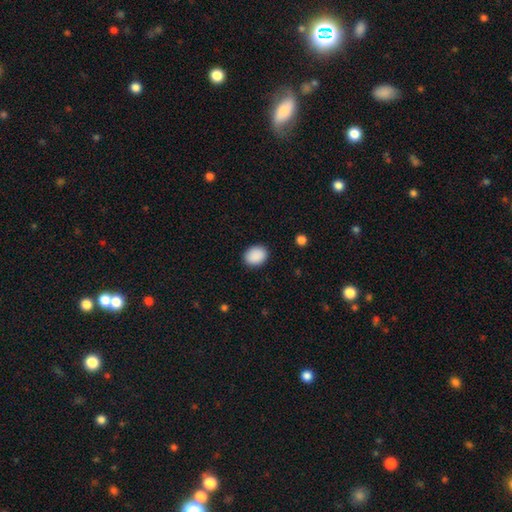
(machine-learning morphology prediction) This is clearly a smooth galaxy (90%). How rounded: possibly in between (58%). Merging: clearly none (89%).